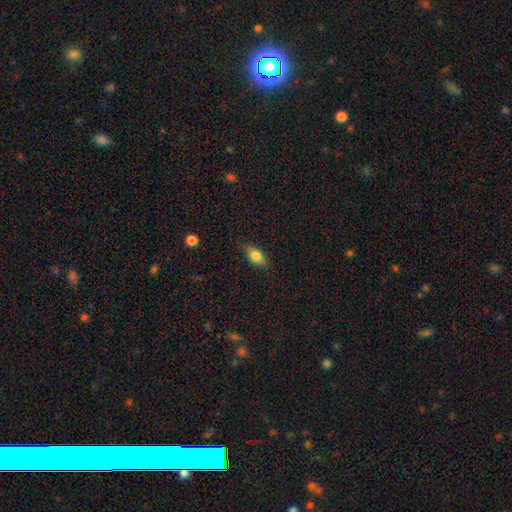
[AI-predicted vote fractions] This is clearly a smooth galaxy (80%). How rounded: clearly in between (87%). Merging: clearly none (81%).